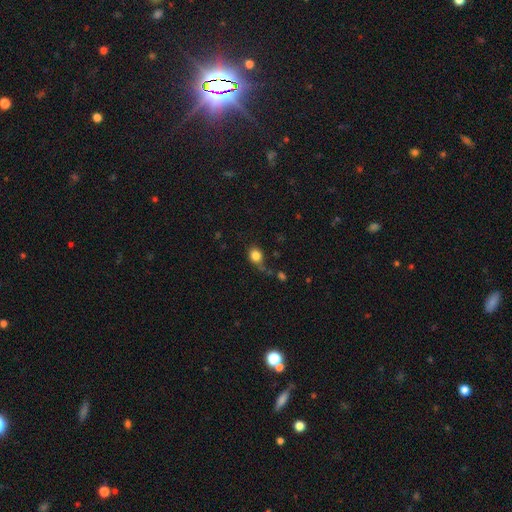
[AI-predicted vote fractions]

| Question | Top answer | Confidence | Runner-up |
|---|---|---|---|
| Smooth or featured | smooth | 83% | star or artifact (11%) |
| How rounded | round | 66% | in between (33%) |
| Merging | none | 60% | minor disturbance (22%) |